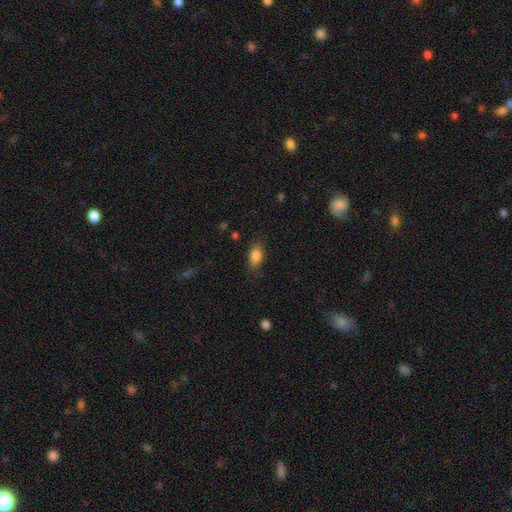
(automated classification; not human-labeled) This is clearly a smooth galaxy (85%). How rounded: clearly in between (87%). Merging: likely none (79%).